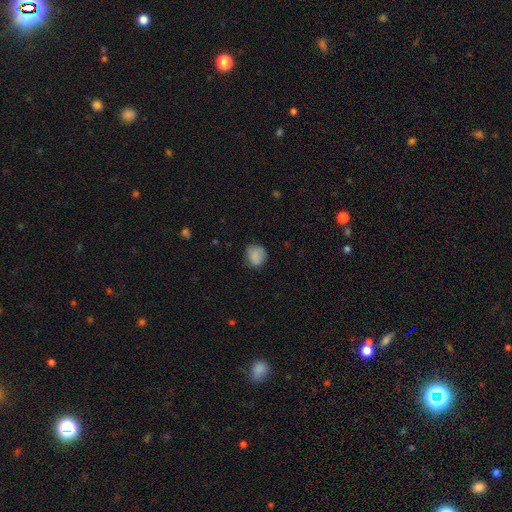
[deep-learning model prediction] Q: Smooth or featured?
A: smooth (84%); runner-up: star or artifact (9%)
Q: How rounded?
A: round (72%); runner-up: in between (27%)
Q: Merging?
A: none (69%); runner-up: minor disturbance (24%)